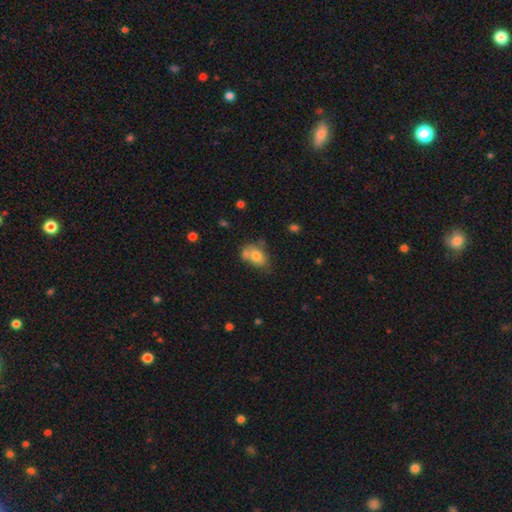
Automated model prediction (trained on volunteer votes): smooth_or_featured: smooth (p=0.74) [alt: featured or disk p=0.17]
how_rounded: in between (p=0.72) [alt: round p=0.27]
merging: merger (p=0.36) [tied with: none p=0.36]